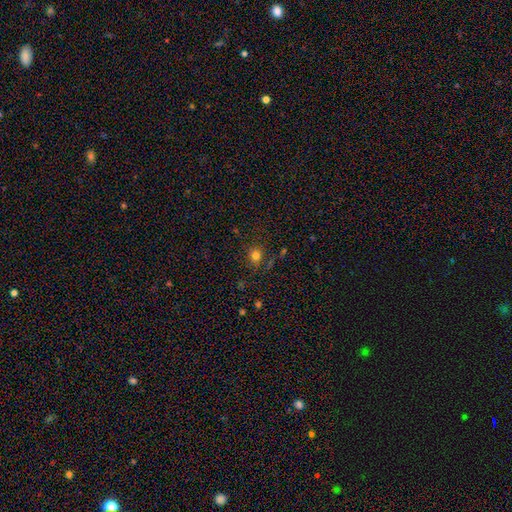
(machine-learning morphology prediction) Smooth or featured? smooth (77%)
How rounded? round (75%)
Merging? none (80%)